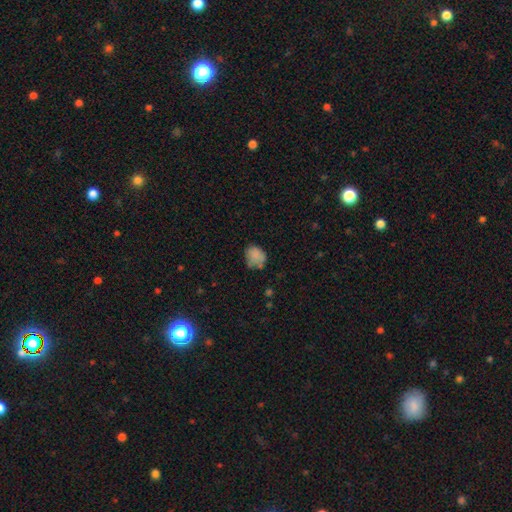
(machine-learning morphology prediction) Overall: smooth (79%). How rounded: round (56%; in between 43%). Merging: none (58%; minor disturbance 27%).